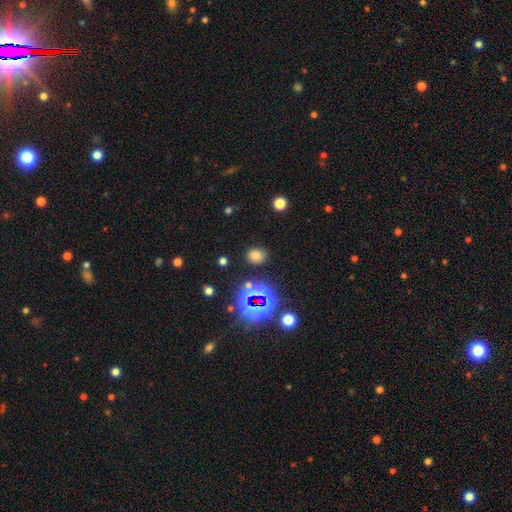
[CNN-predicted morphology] smooth-or-featured: smooth: 69% | star or artifact: 24% | featured or disk: 6%
  how-rounded: round: 61% | in between: 38% | cigar-shaped: 1%
  merging: none: 84% | minor disturbance: 9% | major disturbance: 4% | merger: 3%